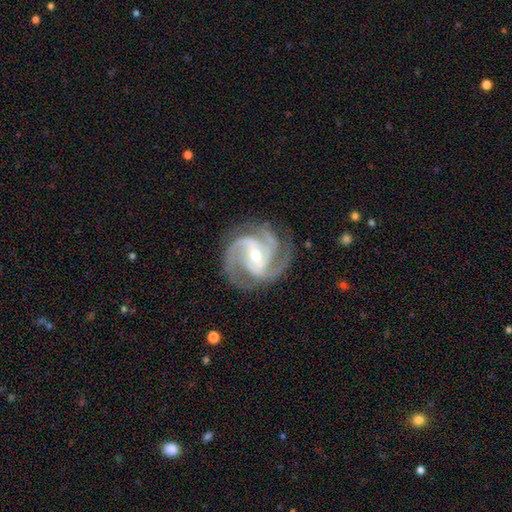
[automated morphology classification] Smooth or featured? featured or disk (93%)
Edge-on disk? no (98%)
Bar? weak (41%)
Spiral arms? yes (99%)
Spiral winding? medium (50%)
Spiral arm count? 3 (63%)
Bulge size? moderate (50%)
Merging? none (79%)